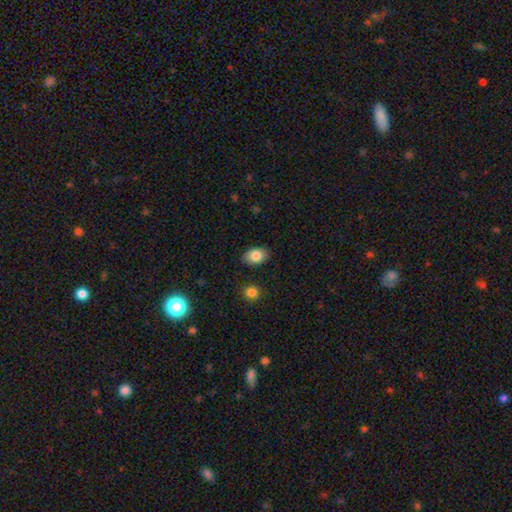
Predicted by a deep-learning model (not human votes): This appears to be a smooth galaxy with no disk features (83%) that is in between round and cigar-shaped (84%). Merging: none (86%).